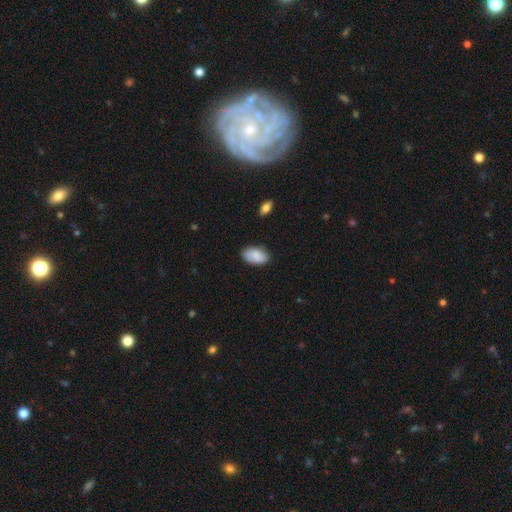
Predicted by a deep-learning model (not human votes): Overall: smooth (84%). How rounded: in between (94%). Merging: none (81%).